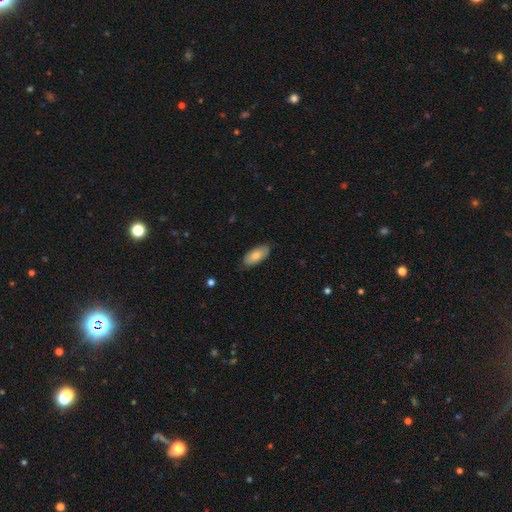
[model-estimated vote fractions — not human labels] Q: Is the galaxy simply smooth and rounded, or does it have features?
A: smooth — 78%.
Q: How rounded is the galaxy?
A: in between — 91%.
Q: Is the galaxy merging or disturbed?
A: none — 83%.